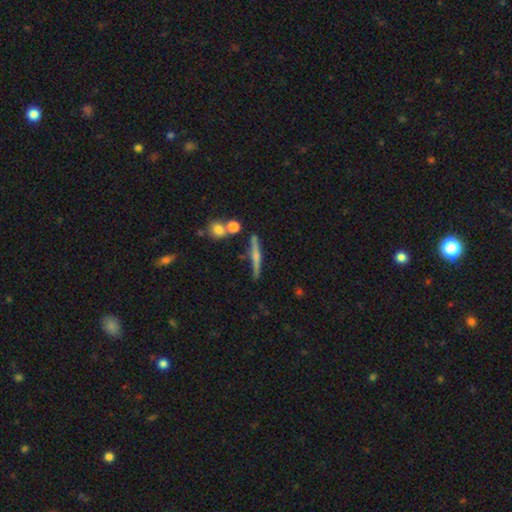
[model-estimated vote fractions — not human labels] Overall: featured or disk (60%; smooth 32%). Edge-on disk: yes (96%). Edge-on bulge: rounded (76%). Merging: none (79%).